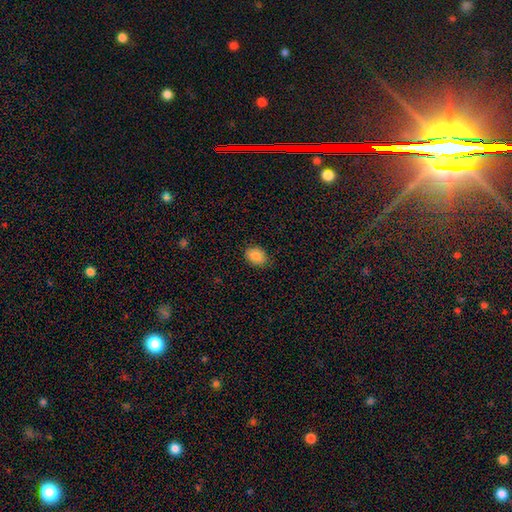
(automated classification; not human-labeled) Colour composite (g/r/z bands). It shows a smooth galaxy with no disk features (87%) that is in between round and cigar-shaped (64%). Merging: none (84%).